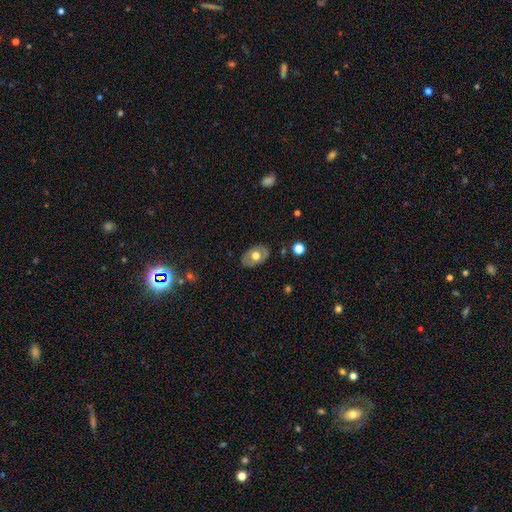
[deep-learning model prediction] The model was most divided on "smooth or featured": smooth: 57%, featured or disk: 37%, star or artifact: 7%. More confident: how rounded — in between (84%); merging — none (83%).